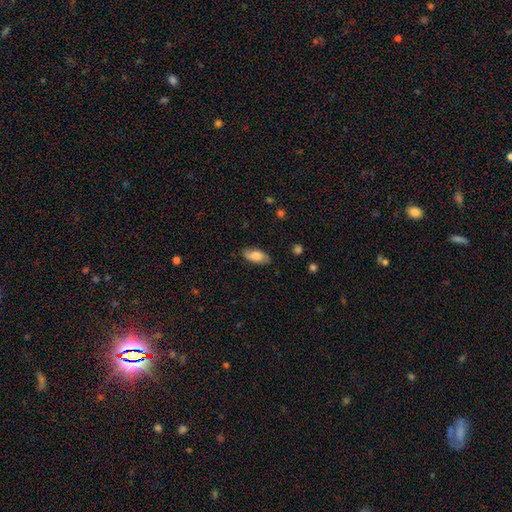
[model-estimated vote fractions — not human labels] smooth-or-featured: smooth: 75% | featured or disk: 18% | star or artifact: 7%
  how-rounded: in between: 88% | cigar-shaped: 9% | round: 3%
  merging: none: 80% | minor disturbance: 15% | major disturbance: 3% | merger: 1%